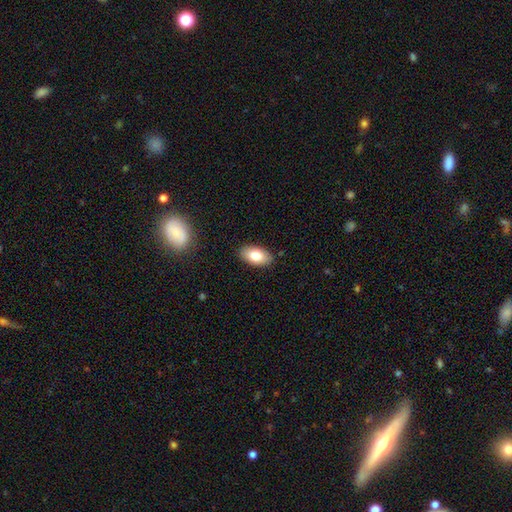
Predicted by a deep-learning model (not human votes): Q: Smooth or featured?
A: smooth (78%); runner-up: featured or disk (15%)
Q: How rounded?
A: in between (93%); runner-up: round (4%)
Q: Merging?
A: none (87%); runner-up: minor disturbance (9%)